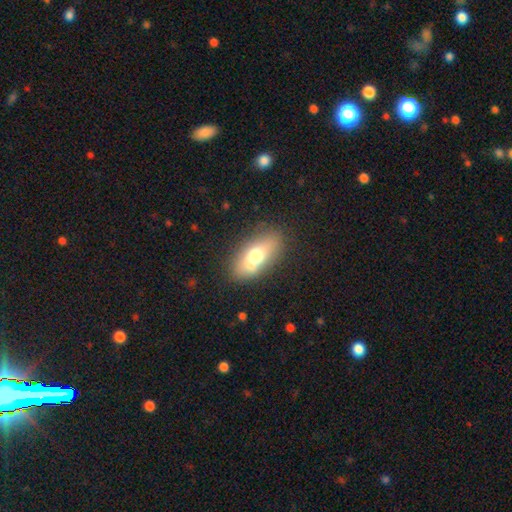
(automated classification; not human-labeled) smooth-or-featured: smooth: 60% | featured or disk: 31% | star or artifact: 9%
  how-rounded: in between: 84% | cigar-shaped: 9% | round: 8%
  merging: none: 59% | minor disturbance: 17% | merger: 17% | major disturbance: 6%